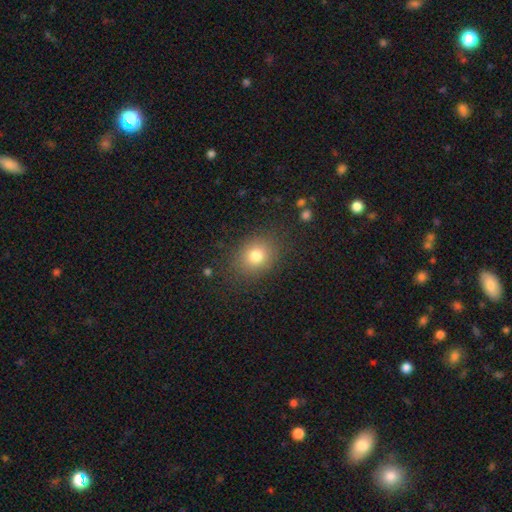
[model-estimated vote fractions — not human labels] smooth_or_featured: smooth (p=0.77) [alt: star or artifact p=0.13]
how_rounded: round (p=0.59) [alt: in between p=0.40]
merging: none (p=0.84) [alt: minor disturbance p=0.10]